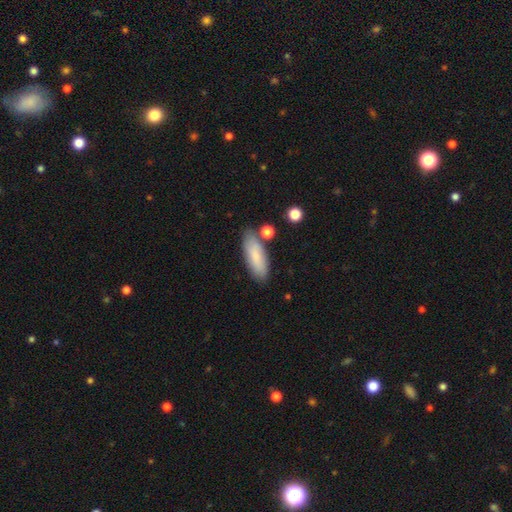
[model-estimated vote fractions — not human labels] Smooth or featured?
  - smooth: 82% *
  - featured or disk: 12%
  - star or artifact: 6%
How rounded?
  - in between: 64% *
  - cigar-shaped: 34%
  - round: 2%
Merging?
  - none: 77% *
  - minor disturbance: 14%
  - merger: 6%
  - major disturbance: 3%